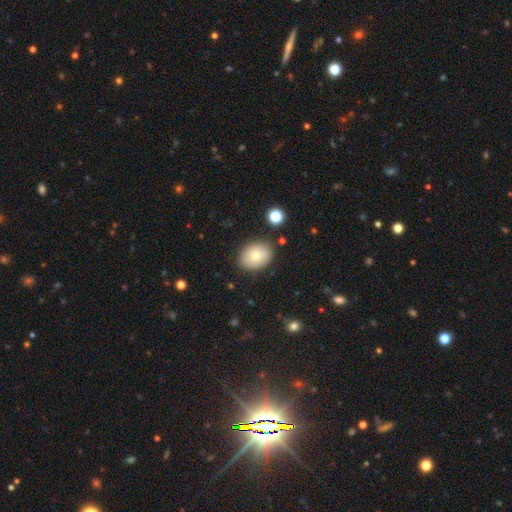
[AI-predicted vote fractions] smooth 73%, featured or disk 17%, star or artifact 10%. Down the decision tree: how rounded — in between (60%); merging — none (83%).